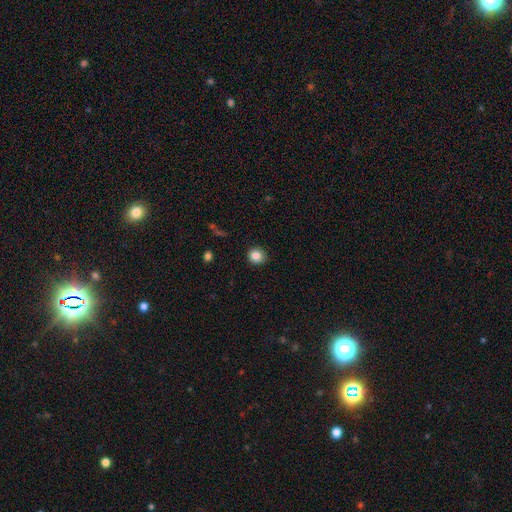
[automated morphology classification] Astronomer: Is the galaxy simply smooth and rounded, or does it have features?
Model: smooth — 84%.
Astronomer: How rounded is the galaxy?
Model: round — 88%.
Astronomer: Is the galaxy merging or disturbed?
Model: none — 90%.